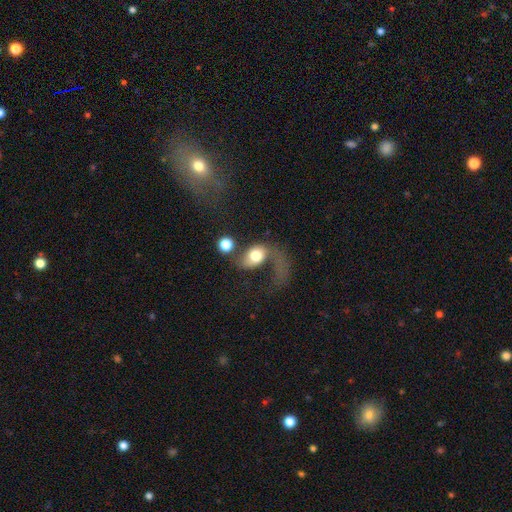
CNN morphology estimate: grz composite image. It shows a smooth galaxy with no disk features (58%) that is in between round and cigar-shaped (60%). Merging: major disturbance (52%).